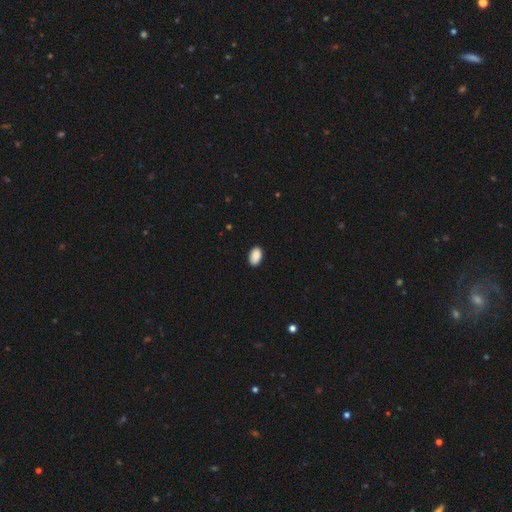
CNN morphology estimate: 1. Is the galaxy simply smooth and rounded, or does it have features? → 90% smooth, 7% star or artifact, 3% featured or disk.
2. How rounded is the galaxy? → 92% in between, 6% round, 1% cigar-shaped.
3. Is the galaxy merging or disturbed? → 89% none, 9% minor disturbance, 2% major disturbance, 1% merger.